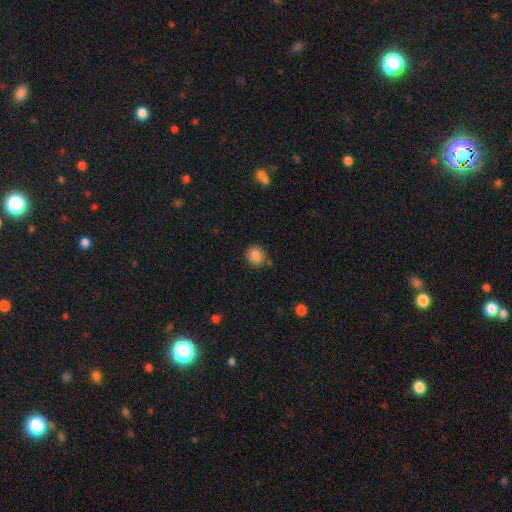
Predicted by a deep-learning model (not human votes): Smooth or featured? smooth (86%)
How rounded? round (78%)
Merging? none (82%)